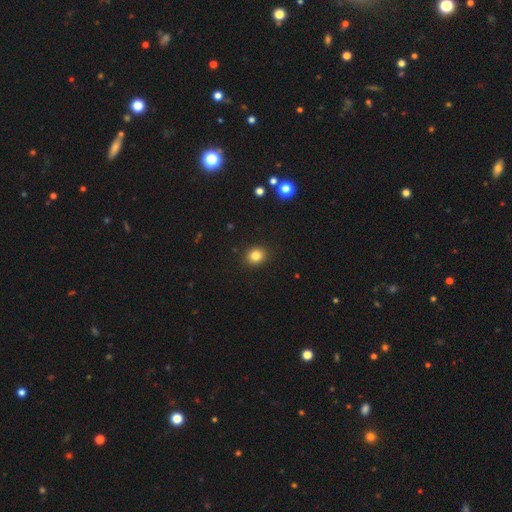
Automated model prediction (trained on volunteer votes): smooth_or_featured: smooth (p=0.83) [alt: star or artifact p=0.11]
how_rounded: round (p=0.66) [alt: in between p=0.33]
merging: none (p=0.91) [alt: minor disturbance p=0.06]